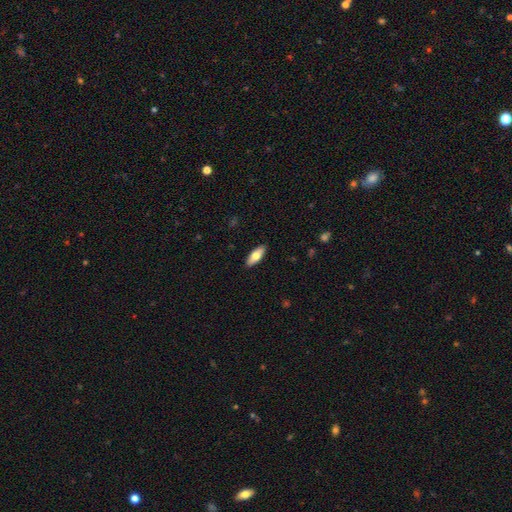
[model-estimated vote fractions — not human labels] A smooth galaxy with no disk features (71%) that is in between round and cigar-shaped (75%).

Vote fractions:
- Smooth or featured? smooth: 71% / featured or disk: 23% / star or artifact: 6%
- How rounded? in between: 75% / cigar-shaped: 23% / round: 2%
- Merging? none: 90% / minor disturbance: 7% / major disturbance: 2% / merger: 1%